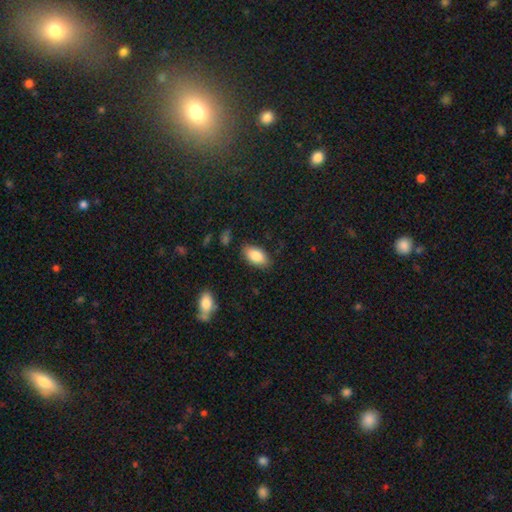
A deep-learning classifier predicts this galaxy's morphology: smooth_or_featured: smooth (p=0.86) [alt: featured or disk p=0.07]
how_rounded: in between (p=0.93) [alt: round p=0.04]
merging: none (p=0.83) [alt: minor disturbance p=0.12]